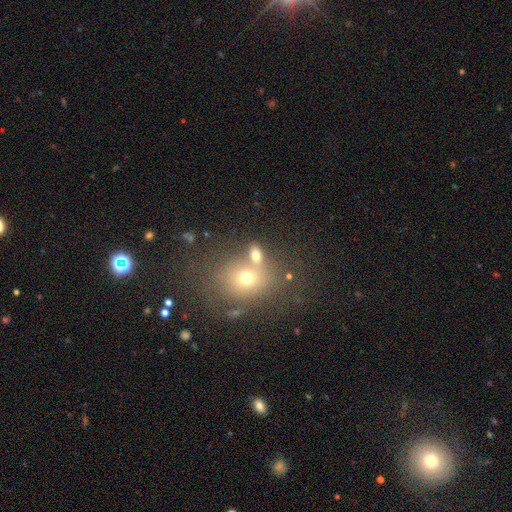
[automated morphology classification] The model was most divided on "merging": none: 48%, merger: 35%, minor disturbance: 11%, major disturbance: 6%. More confident: smooth or featured — smooth (68%); how rounded — in between (65%).